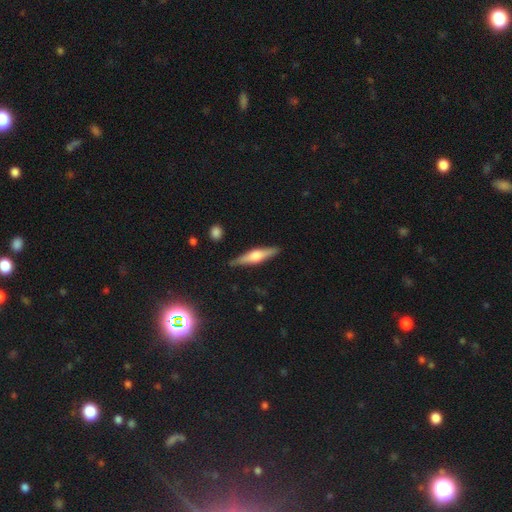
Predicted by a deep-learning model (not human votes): Morphology: type=featured or disk (62%); edge-on=yes (96%); edge-on bulge=rounded (89%); merging=none (88%).